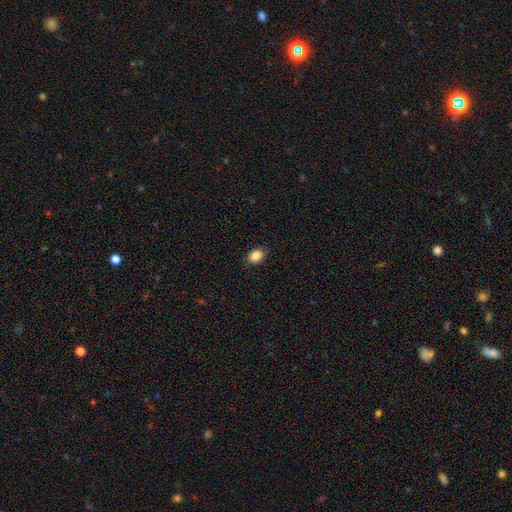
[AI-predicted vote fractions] This appears to be a smooth galaxy with no disk features (88%) that is in between round and cigar-shaped (71%). Merging: none (88%).